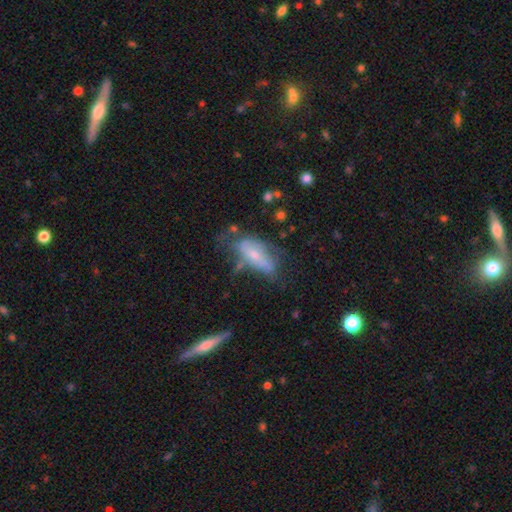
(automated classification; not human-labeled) featured or disk 47%, smooth 45%, star or artifact 8%. Down the decision tree: merging — none (34%).